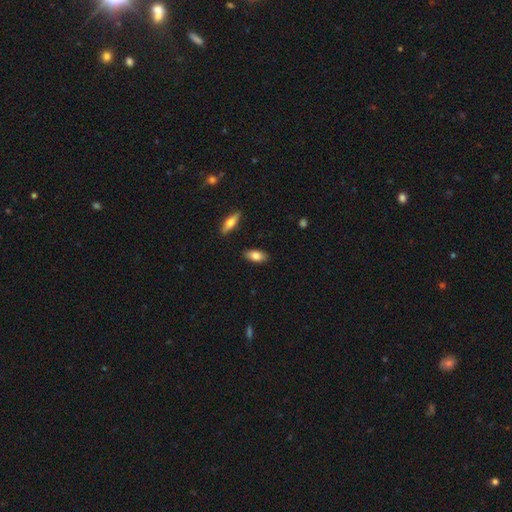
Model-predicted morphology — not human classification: smooth 81%, featured or disk 12%, star or artifact 7%. Down the decision tree: how rounded — in between (89%); merging — none (87%).